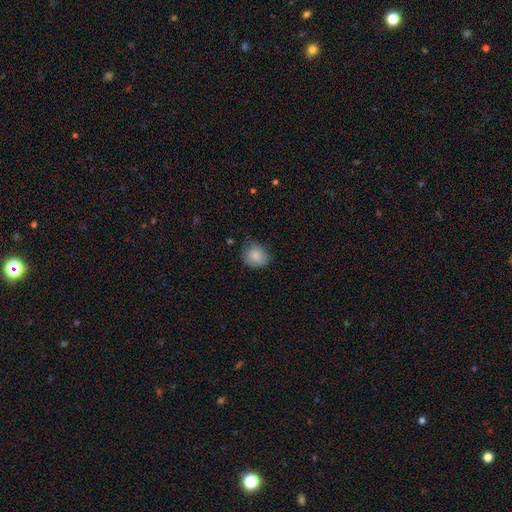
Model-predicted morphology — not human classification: smooth-or-featured: smooth: 83% | featured or disk: 9% | star or artifact: 8%
  how-rounded: round: 66% | in between: 33% | cigar-shaped: 1%
  merging: none: 62% | minor disturbance: 29% | major disturbance: 7% | merger: 1%